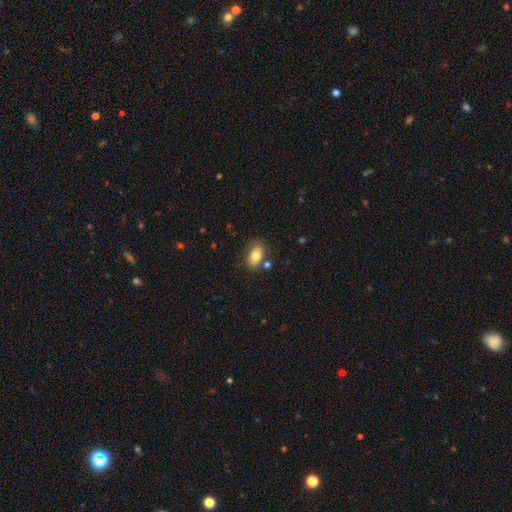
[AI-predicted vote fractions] A smooth galaxy with no disk features (76%) that is in between round and cigar-shaped (89%). Merging: none (71%).